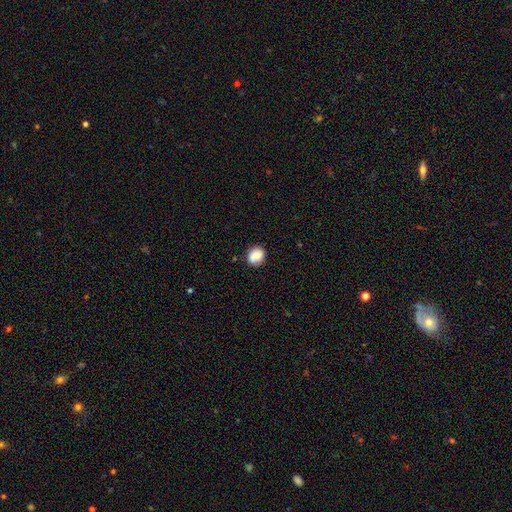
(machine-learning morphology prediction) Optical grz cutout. It shows a smooth galaxy with no disk features (80%) that is round (72%). Merging: none (78%).